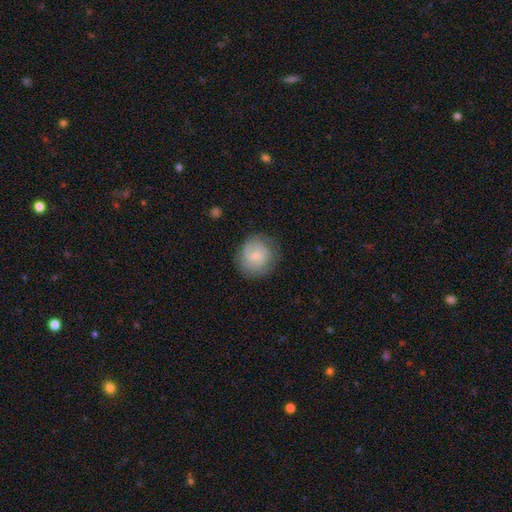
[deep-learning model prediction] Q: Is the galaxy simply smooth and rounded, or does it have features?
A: smooth — 54%.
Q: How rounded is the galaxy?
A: round — 88%.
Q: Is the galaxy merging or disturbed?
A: none — 77%.